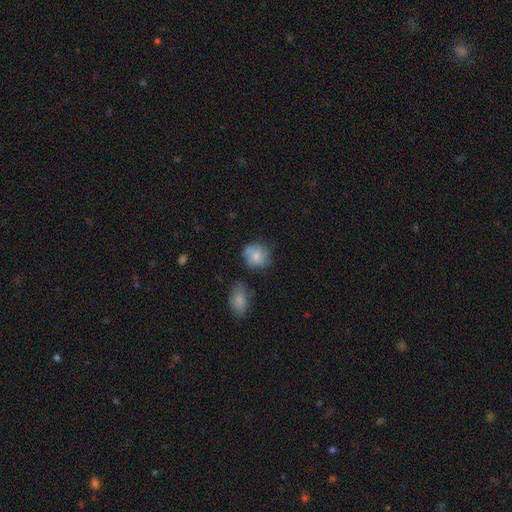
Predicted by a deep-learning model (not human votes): Overall: smooth (68%). How rounded: round (73%). Merging: none (61%; minor disturbance 24%).